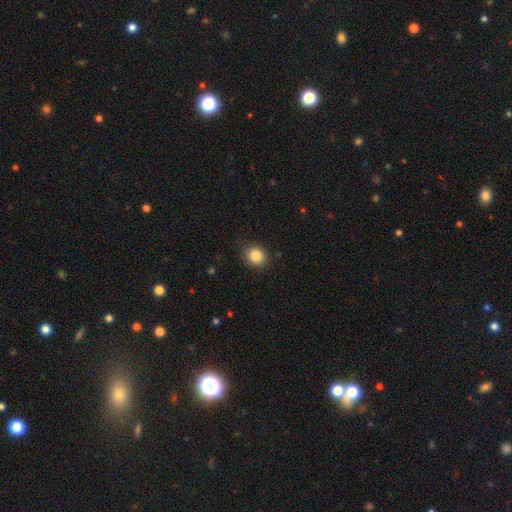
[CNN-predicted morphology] A smooth galaxy with no disk features (84%) that is round (78%).

Vote fractions:
- Smooth or featured? smooth: 84% / star or artifact: 10% / featured or disk: 5%
- How rounded? round: 78% / in between: 21% / cigar-shaped: 1%
- Merging? none: 86% / minor disturbance: 10% / major disturbance: 3% / merger: 1%